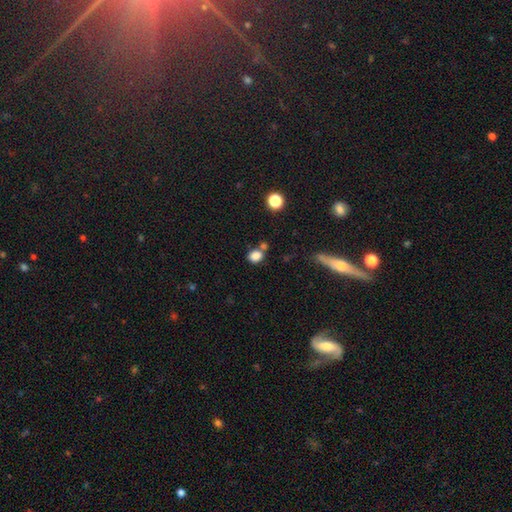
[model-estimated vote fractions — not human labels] Overall: smooth (83%). How rounded: round (52%; in between 46%). Merging: none (59%; merger 23%).